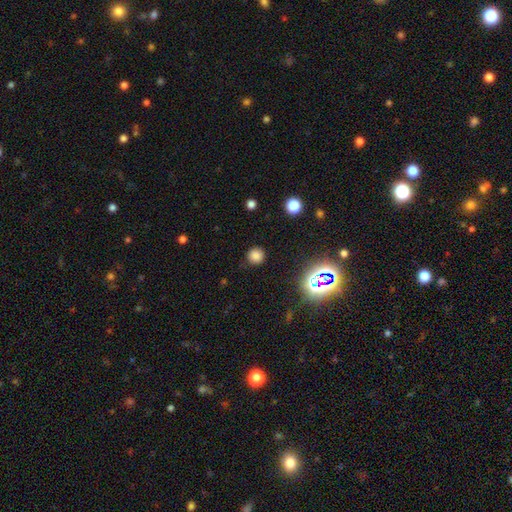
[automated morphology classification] A smooth galaxy with no disk features (76%) that is round (92%).

Vote fractions:
- Smooth or featured? smooth: 76% / star or artifact: 19% / featured or disk: 5%
- How rounded? round: 92% / in between: 7% / cigar-shaped: 1%
- Merging? none: 88% / minor disturbance: 8% / major disturbance: 3% / merger: 1%